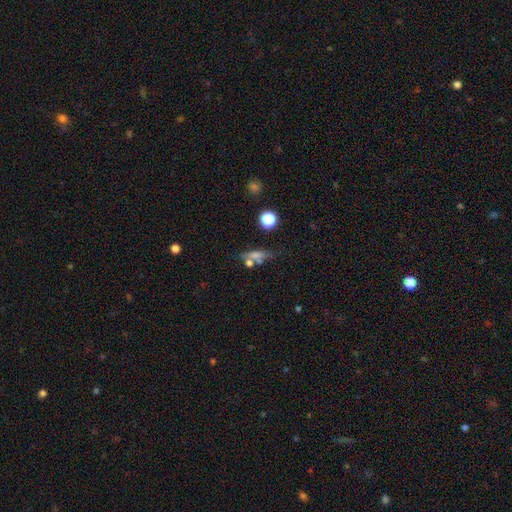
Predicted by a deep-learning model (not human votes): Morphology: type=smooth (60%); roundness=cigar-shaped (48%); merging=none (55%).